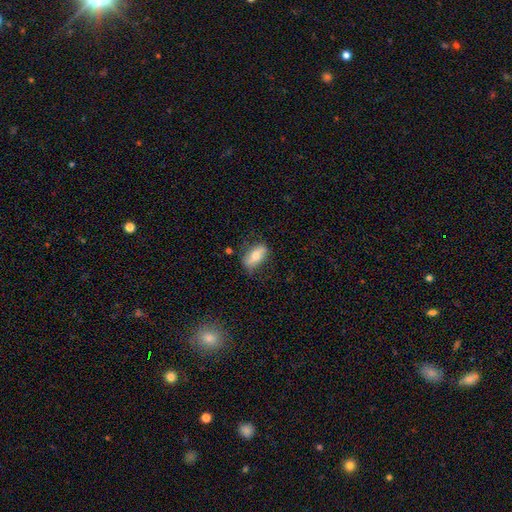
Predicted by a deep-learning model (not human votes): smooth 61%, featured or disk 32%, star or artifact 7%. Down the decision tree: how rounded — in between (82%); merging — none (69%).